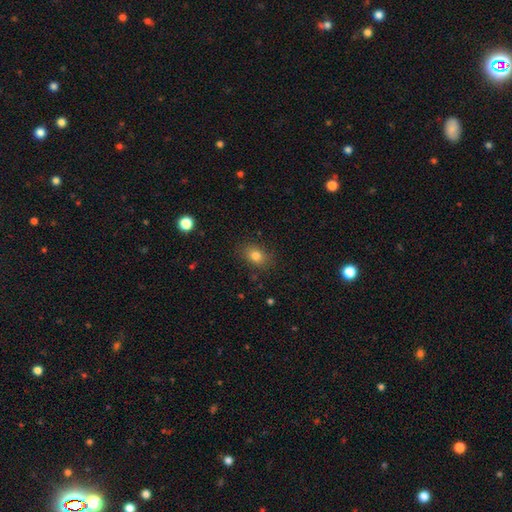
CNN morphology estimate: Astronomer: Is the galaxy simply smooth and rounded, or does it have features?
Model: smooth — 81%.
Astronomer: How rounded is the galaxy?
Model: in between — 68%.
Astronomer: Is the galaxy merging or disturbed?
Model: none — 83%.